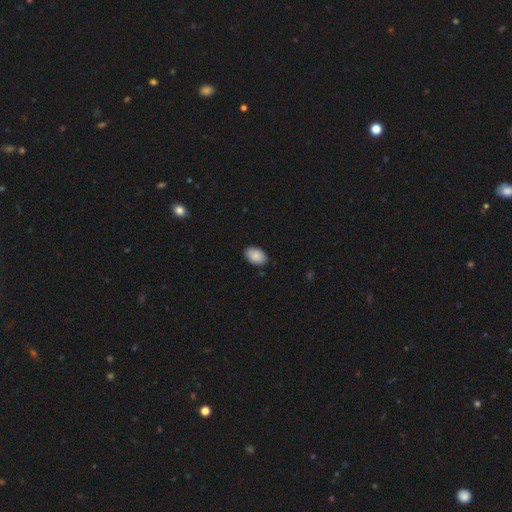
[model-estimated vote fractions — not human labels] This appears to be a smooth galaxy with no disk features (88%) that is in between round and cigar-shaped (89%). Merging: none (88%).